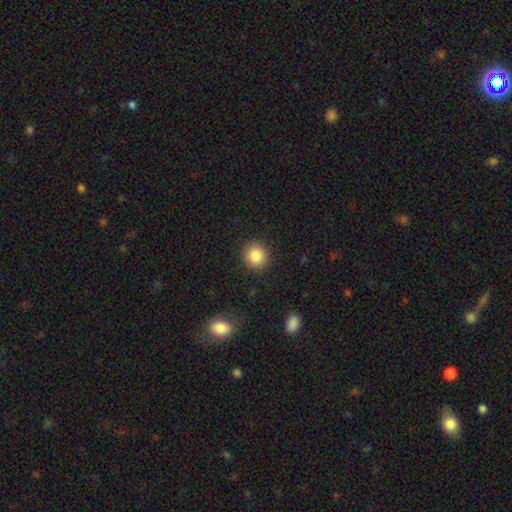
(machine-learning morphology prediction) Overall: smooth (86%). How rounded: round (89%). Merging: none (91%).